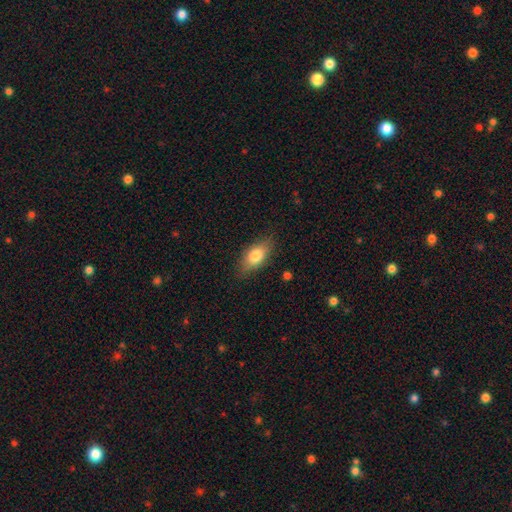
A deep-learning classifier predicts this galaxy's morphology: Smooth or featured? smooth (78%)
How rounded? in between (85%)
Merging? none (82%)